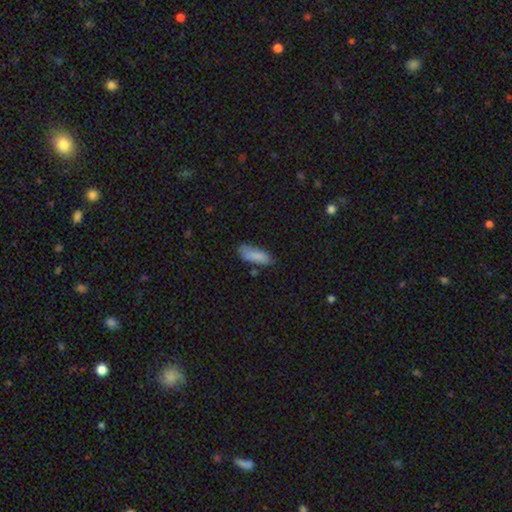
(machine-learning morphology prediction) Overall: smooth (84%). How rounded: in between (67%; cigar-shaped 32%). Merging: none (63%; minor disturbance 26%).